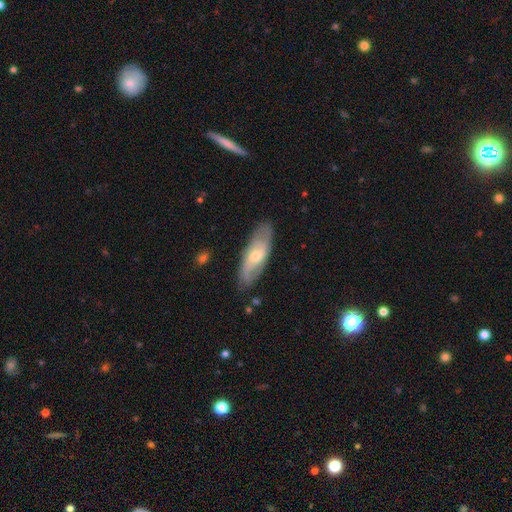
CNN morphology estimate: A featured or disk galaxy (59%). Merging: none (80%).